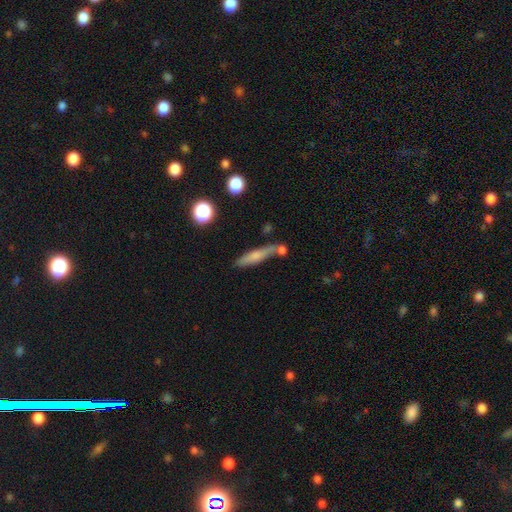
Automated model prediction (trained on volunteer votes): smooth-or-featured: smooth: 58% | featured or disk: 33% | star or artifact: 9%
  how-rounded: cigar-shaped: 82% | in between: 14% | round: 4%
  merging: none: 59% | merger: 19% | minor disturbance: 16% | major disturbance: 6%